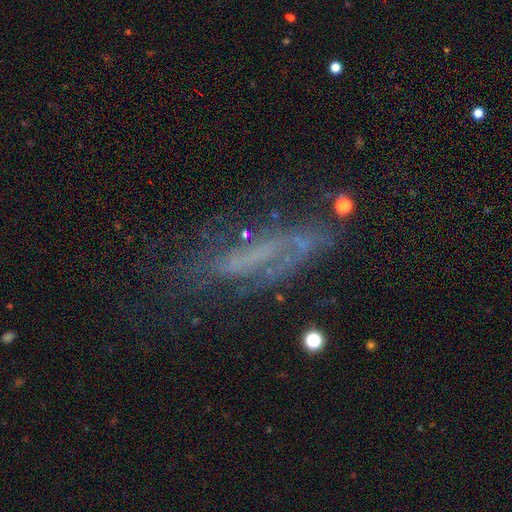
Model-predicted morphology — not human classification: smooth_or_featured: featured or disk (p=0.63) [alt: smooth p=0.23]
disk_edge_on: no (p=0.74) [alt: yes p=0.26]
merging: none (p=0.46) [alt: major disturbance p=0.26]